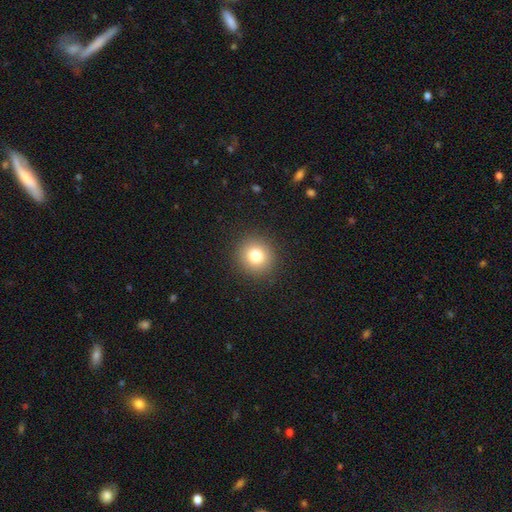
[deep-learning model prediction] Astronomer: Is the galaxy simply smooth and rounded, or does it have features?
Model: smooth — 79%.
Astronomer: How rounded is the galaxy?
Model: round — 91%.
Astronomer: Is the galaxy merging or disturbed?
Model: none — 91%.